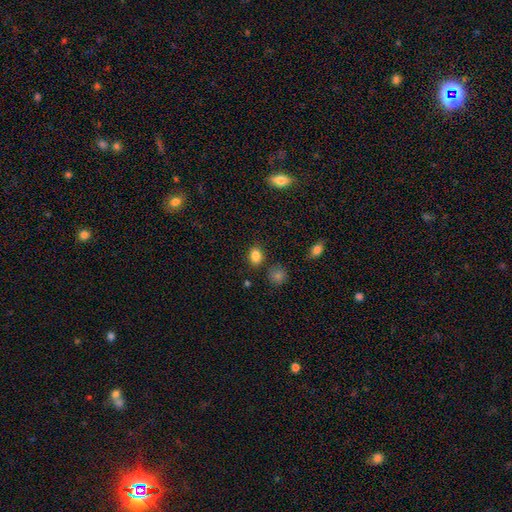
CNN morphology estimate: Smooth or featured: smooth — 84% (star or artifact — 11%)
How rounded: in between — 66% (round — 33%)
Merging: none — 81% (minor disturbance — 12%)